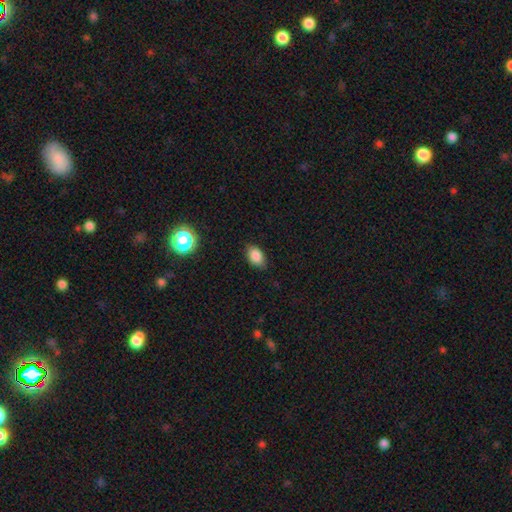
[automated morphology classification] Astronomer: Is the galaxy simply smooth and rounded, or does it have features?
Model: smooth — 85%.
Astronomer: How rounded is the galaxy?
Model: in between — 85%.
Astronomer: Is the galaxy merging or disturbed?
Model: none — 82%.